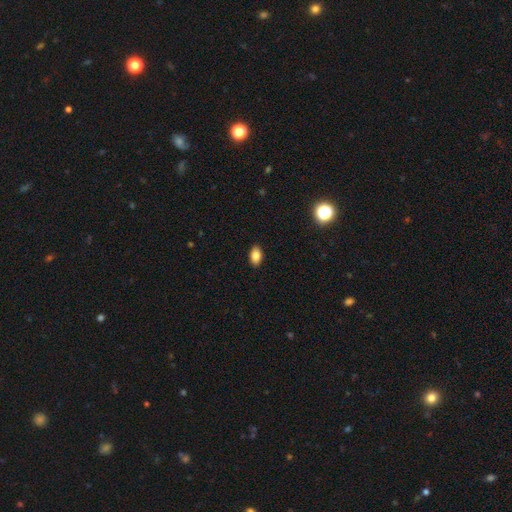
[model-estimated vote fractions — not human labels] A smooth galaxy with no disk features (85%) that is in between round and cigar-shaped (90%). Merging: none (90%).